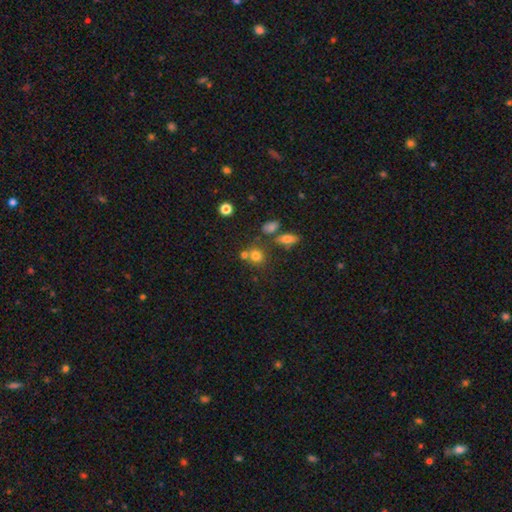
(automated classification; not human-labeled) smooth_or_featured: smooth (p=0.76) [alt: star or artifact p=0.15]
how_rounded: round (p=0.77) [alt: in between p=0.22]
merging: none (p=0.58) [alt: merger p=0.26]